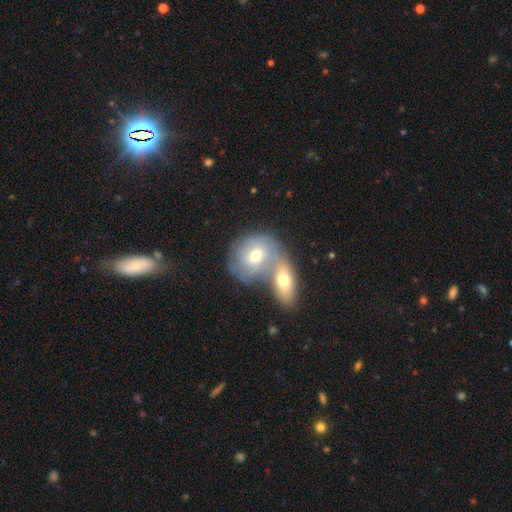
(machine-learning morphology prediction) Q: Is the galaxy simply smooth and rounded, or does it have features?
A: smooth — 55%.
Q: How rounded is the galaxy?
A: round — 61%.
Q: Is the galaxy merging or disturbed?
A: merger — 64%.